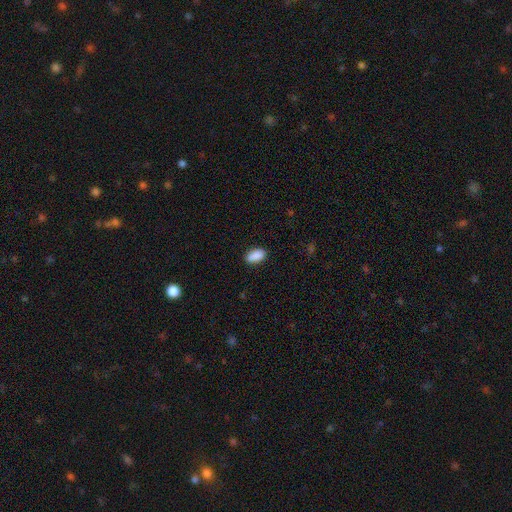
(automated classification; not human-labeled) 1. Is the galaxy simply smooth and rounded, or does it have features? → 89% smooth, 7% star or artifact, 3% featured or disk.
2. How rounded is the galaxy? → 92% in between, 4% round, 4% cigar-shaped.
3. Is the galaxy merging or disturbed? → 86% none, 11% minor disturbance, 2% major disturbance, 1% merger.